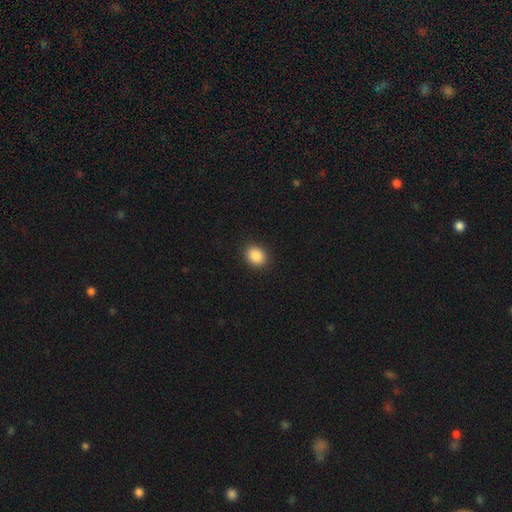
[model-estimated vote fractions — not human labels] smooth-or-featured: smooth: 88% | star or artifact: 8% | featured or disk: 4%
  how-rounded: in between: 51% | round: 48% | cigar-shaped: 1%
  merging: none: 91% | minor disturbance: 6% | major disturbance: 2% | merger: 1%